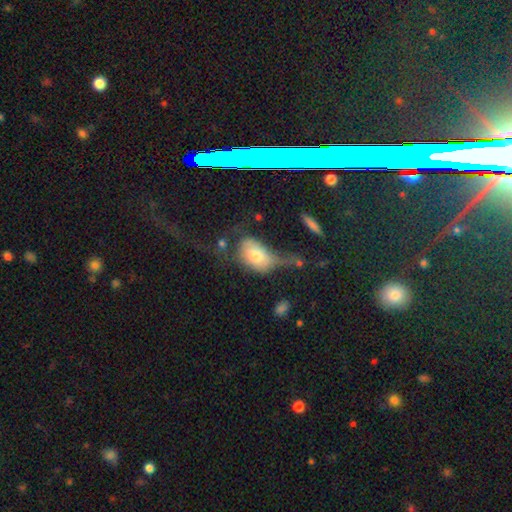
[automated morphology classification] smooth-or-featured: smooth: 65% | featured or disk: 27% | star or artifact: 9%
  how-rounded: in between: 83% | round: 15% | cigar-shaped: 2%
  merging: major disturbance: 48% | minor disturbance: 21% | none: 19% | merger: 12%